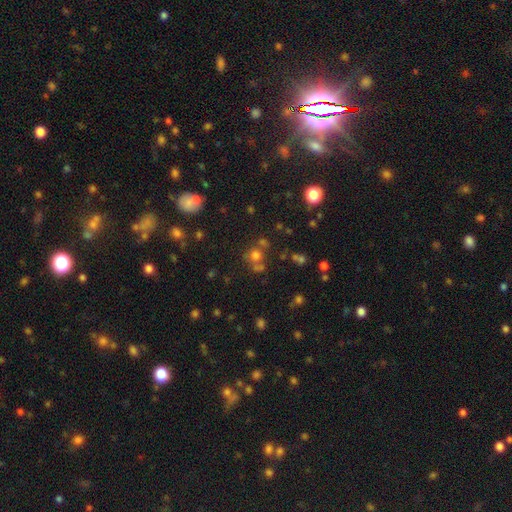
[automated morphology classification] This is likely a smooth galaxy (63%). How rounded: clearly round (86%). Merging: possibly none (59%).